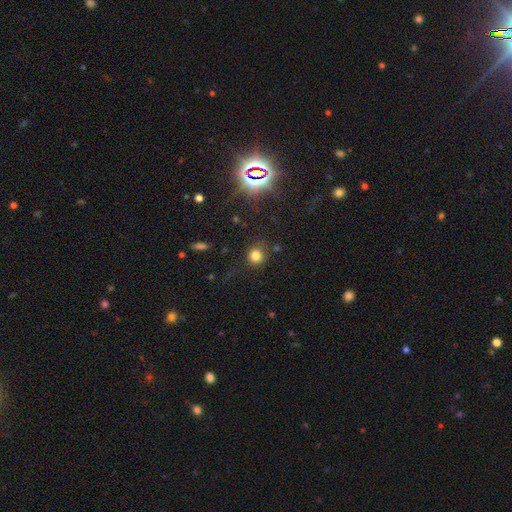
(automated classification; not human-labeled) This appears to be a smooth galaxy with no disk features (78%) that is round (87%). Merging: none (81%).